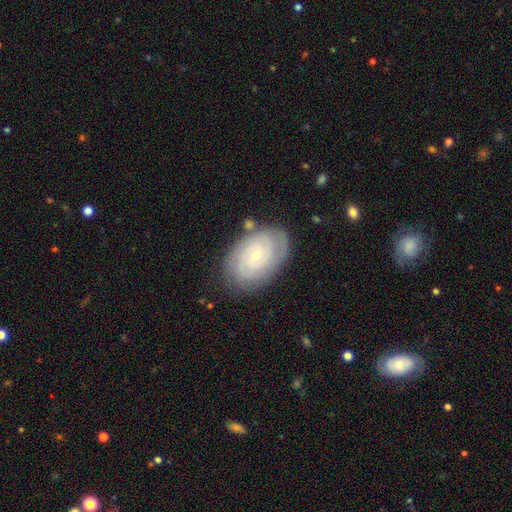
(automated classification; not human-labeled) Smooth or featured: featured or disk — 81% (smooth — 13%)
Edge-on disk: no — 97% (yes — 3%)
Bar: no — 72% (weak — 23%)
Spiral arms: yes — 95% (no — 5%)
Spiral winding: tight — 81% (medium — 15%)
Spiral arm count: 2 — 33% (can't tell — 32%)
Bulge size: small — 78% (moderate — 19%)
Merging: none — 79% (minor disturbance — 15%)